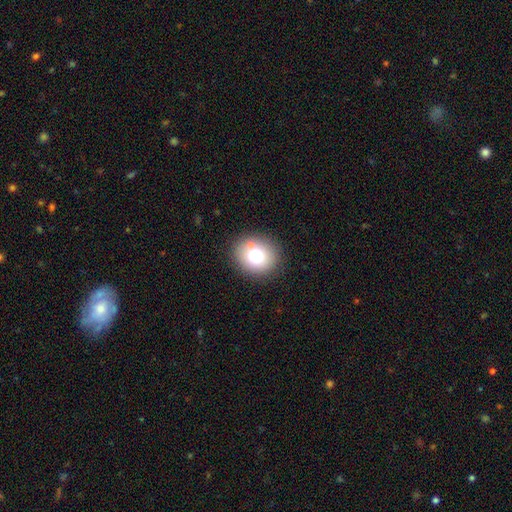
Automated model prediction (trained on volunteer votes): Smooth or featured? smooth (73%)
How rounded? round (76%)
Merging? none (80%)